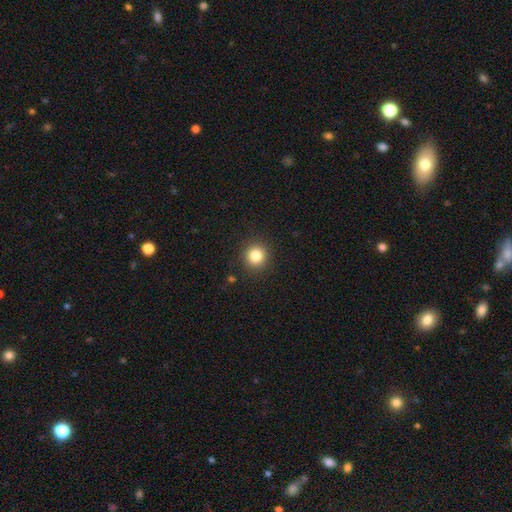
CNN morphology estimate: The model was most divided on "smooth or featured": smooth: 82%, star or artifact: 12%, featured or disk: 6%. More confident: how rounded — round (93%); merging — none (91%).